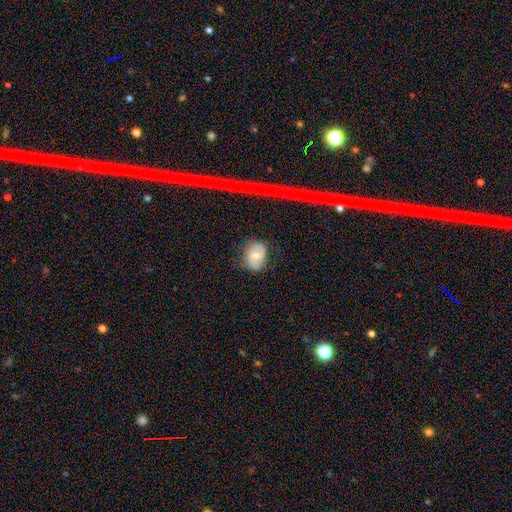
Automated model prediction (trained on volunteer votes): A smooth galaxy with no disk features (54%) that is in between round and cigar-shaped (62%). Merging: none (69%).